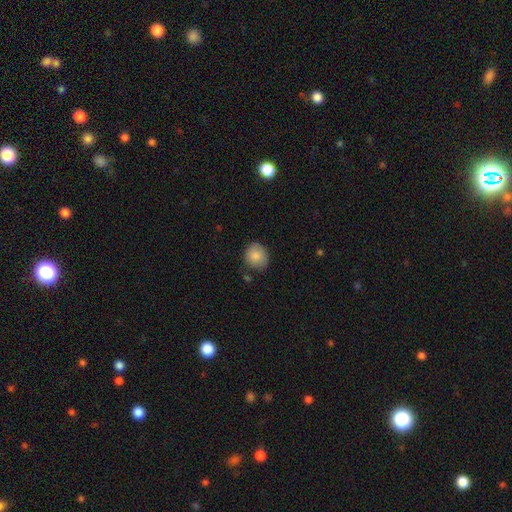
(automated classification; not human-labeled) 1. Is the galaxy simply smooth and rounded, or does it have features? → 85% smooth, 8% star or artifact, 7% featured or disk.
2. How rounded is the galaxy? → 77% round, 22% in between, 1% cigar-shaped.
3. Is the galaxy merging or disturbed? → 77% none, 17% minor disturbance, 3% major disturbance, 3% merger.